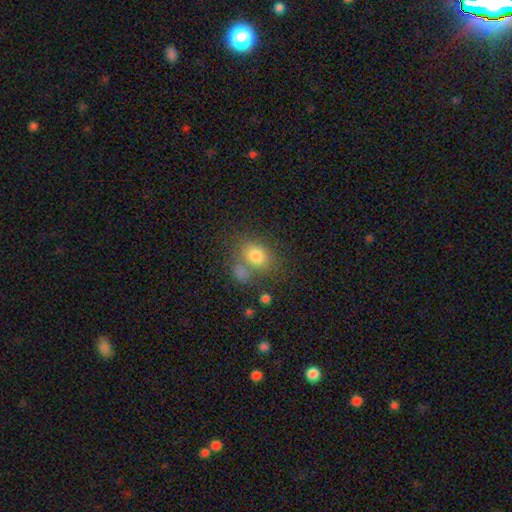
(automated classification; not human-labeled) Smooth or featured?
  - smooth: 78% *
  - featured or disk: 11%
  - star or artifact: 11%
How rounded?
  - in between: 63% *
  - round: 36%
  - cigar-shaped: 1%
Merging?
  - none: 51% *
  - merger: 27%
  - minor disturbance: 15%
  - major disturbance: 7%